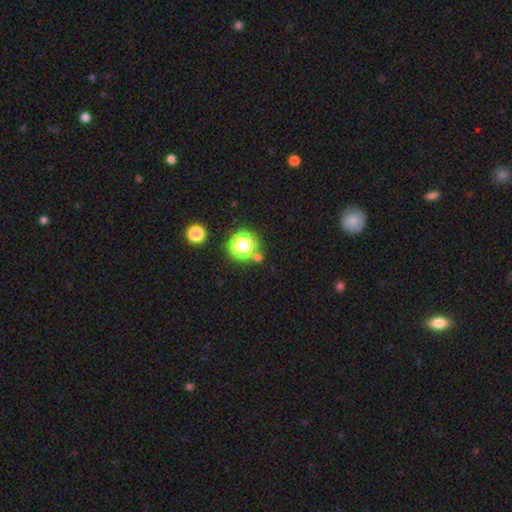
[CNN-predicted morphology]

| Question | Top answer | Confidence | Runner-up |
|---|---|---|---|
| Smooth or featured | star or artifact | 58% | smooth (35%) |